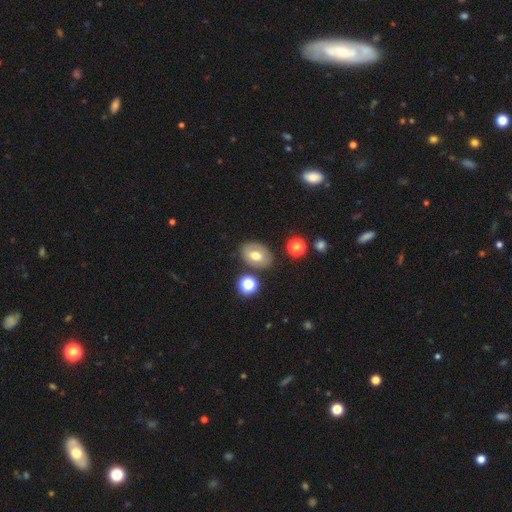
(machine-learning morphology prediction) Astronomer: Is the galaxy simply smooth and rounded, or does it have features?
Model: smooth — 61%.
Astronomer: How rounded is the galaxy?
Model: in between — 77%.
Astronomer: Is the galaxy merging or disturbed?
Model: none — 79%.